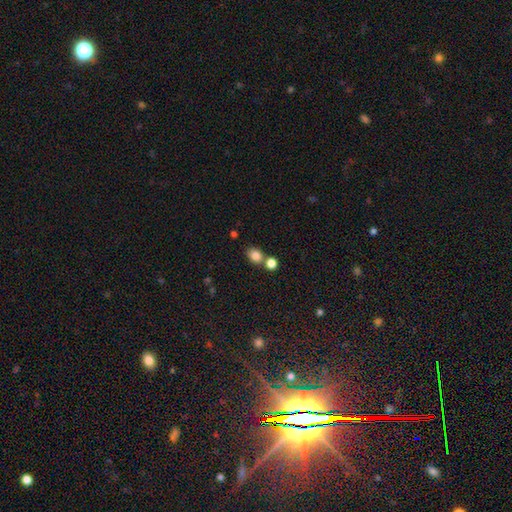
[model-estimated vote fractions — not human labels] Smooth or featured? Predicted: smooth (p=0.83). How rounded? Predicted: in between (p=0.55). Merging? Predicted: none (p=0.61).